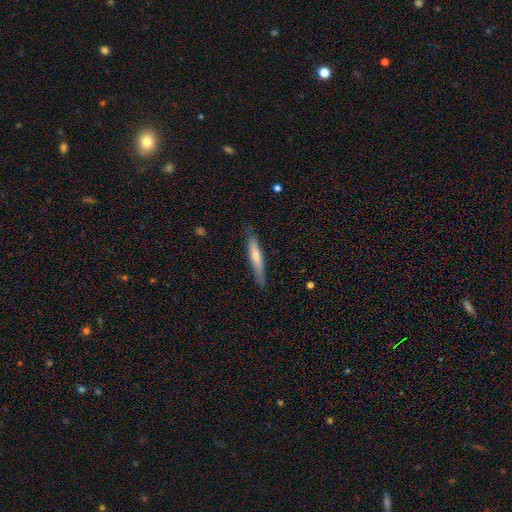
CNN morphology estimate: smooth-or-featured: featured or disk: 53% | smooth: 40% | star or artifact: 7%
  disk-edge-on: yes: 93% | no: 7%
  merging: none: 86% | minor disturbance: 11% | major disturbance: 2% | merger: 1%